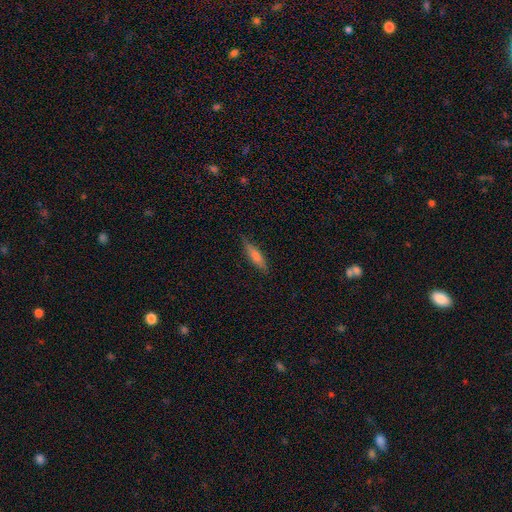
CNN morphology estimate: Smooth or featured? smooth (56%)
How rounded? cigar-shaped (81%)
Merging? none (85%)